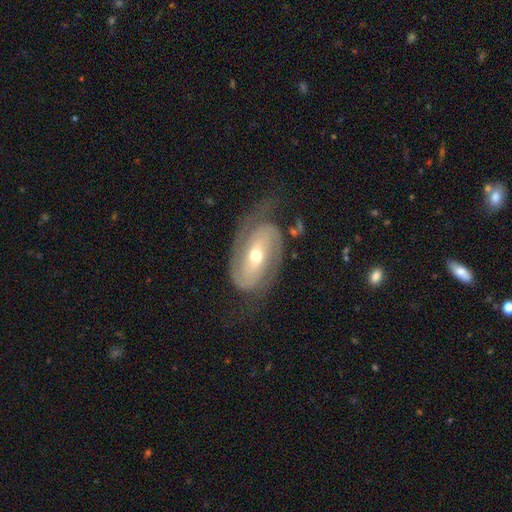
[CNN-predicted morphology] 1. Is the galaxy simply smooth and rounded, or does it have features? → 84% featured or disk, 11% smooth, 5% star or artifact.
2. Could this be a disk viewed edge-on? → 96% no, 4% yes.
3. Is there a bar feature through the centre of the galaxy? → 36% no, 34% weak, 30% strong.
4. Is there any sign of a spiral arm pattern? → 94% yes, 6% no.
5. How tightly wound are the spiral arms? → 42% medium, 32% tight, 25% loose.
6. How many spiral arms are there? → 87% 2, 6% can't tell, 3% 1, 2% 3, 1% 4, 1% more than 4.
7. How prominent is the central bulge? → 63% moderate, 31% small, 4% large, 1% dominant, 1% none.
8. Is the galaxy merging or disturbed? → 62% none, 18% minor disturbance, 18% major disturbance, 2% merger.